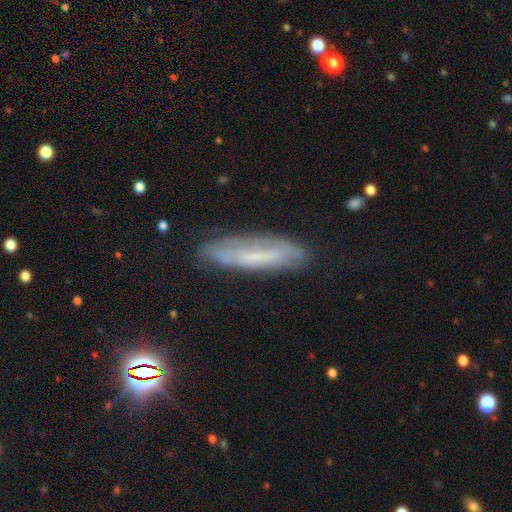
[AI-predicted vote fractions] Overall: featured or disk (45%; smooth 44%). Merging: none (75%).